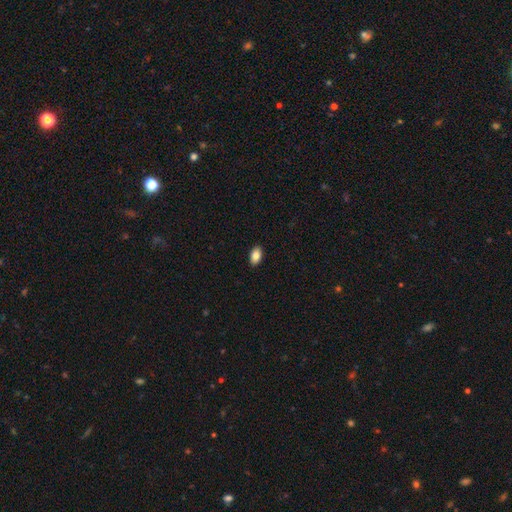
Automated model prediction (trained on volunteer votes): smooth-or-featured: smooth: 85% | star or artifact: 8% | featured or disk: 7%
  how-rounded: in between: 93% | round: 5% | cigar-shaped: 2%
  merging: none: 90% | minor disturbance: 7% | major disturbance: 2% | merger: 1%